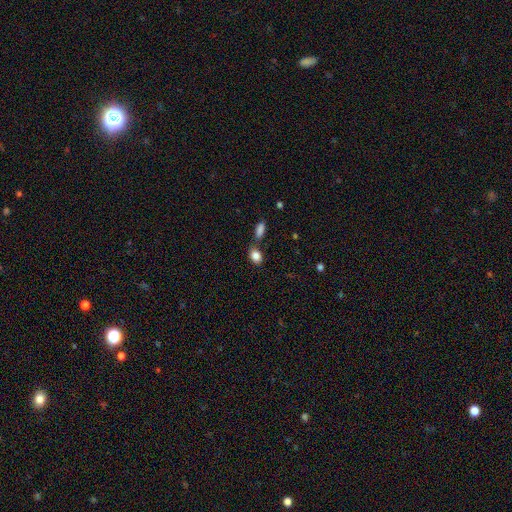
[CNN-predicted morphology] smooth_or_featured: smooth (p=0.85) [alt: star or artifact p=0.09]
how_rounded: in between (p=0.76) [alt: round p=0.22]
merging: none (p=0.61) [alt: merger p=0.21]